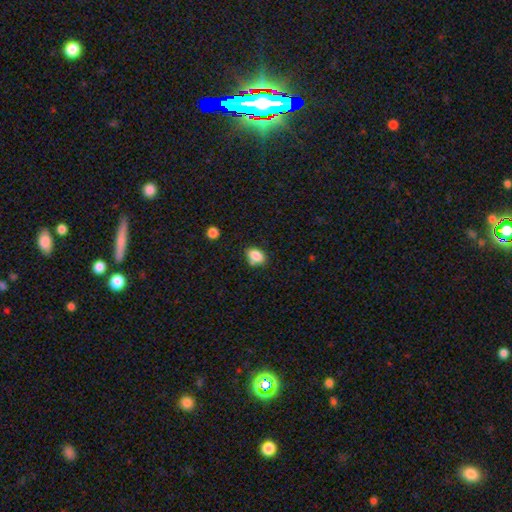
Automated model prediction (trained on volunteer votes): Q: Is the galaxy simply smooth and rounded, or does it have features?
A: smooth — 85%.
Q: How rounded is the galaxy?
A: in between — 72%.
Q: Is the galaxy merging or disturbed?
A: none — 71%.